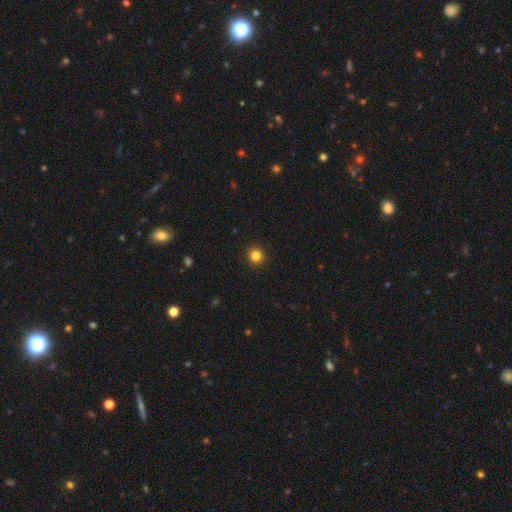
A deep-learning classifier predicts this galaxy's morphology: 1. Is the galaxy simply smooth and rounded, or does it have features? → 84% smooth, 12% star or artifact, 4% featured or disk.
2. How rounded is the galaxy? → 93% round, 6% in between, 1% cigar-shaped.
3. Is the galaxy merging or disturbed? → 92% none, 5% minor disturbance, 2% major disturbance, 1% merger.